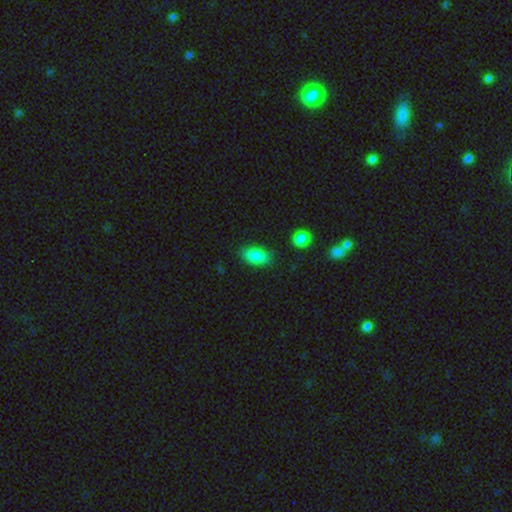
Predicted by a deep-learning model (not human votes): A smooth galaxy with no disk features (85%) that is in between round and cigar-shaped (90%).

Vote fractions:
- Smooth or featured? smooth: 85% / star or artifact: 8% / featured or disk: 7%
- How rounded? in between: 90% / round: 6% / cigar-shaped: 4%
- Merging? none: 81% / minor disturbance: 14% / major disturbance: 3% / merger: 3%